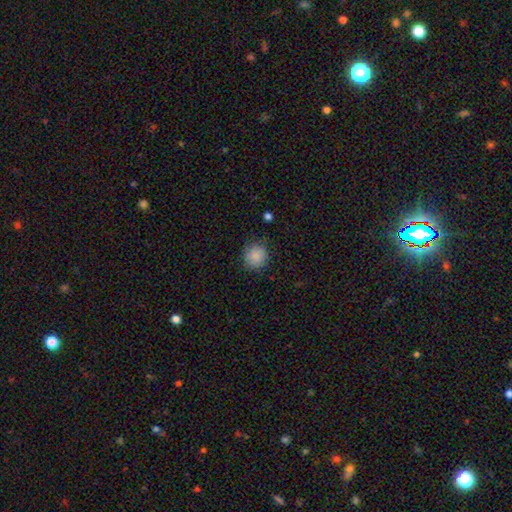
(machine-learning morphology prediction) smooth_or_featured: smooth (p=0.87) [alt: star or artifact p=0.09]
how_rounded: round (p=0.88) [alt: in between p=0.11]
merging: none (p=0.83) [alt: minor disturbance p=0.13]